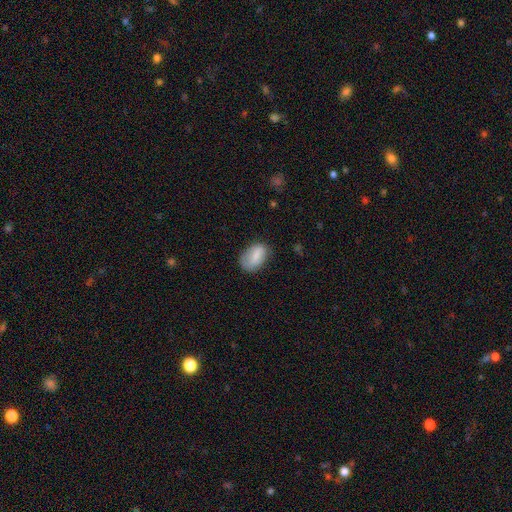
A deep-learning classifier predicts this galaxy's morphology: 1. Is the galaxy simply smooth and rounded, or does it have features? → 75% smooth, 17% featured or disk, 7% star or artifact.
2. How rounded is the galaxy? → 88% in between, 10% round, 2% cigar-shaped.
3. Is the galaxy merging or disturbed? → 66% none, 25% minor disturbance, 8% major disturbance, 2% merger.